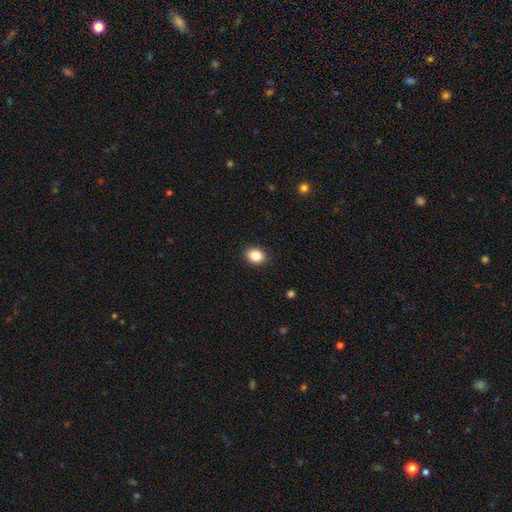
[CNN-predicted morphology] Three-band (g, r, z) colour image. It shows a smooth galaxy with no disk features (85%) that is in between round and cigar-shaped (50%). Merging: none (91%).